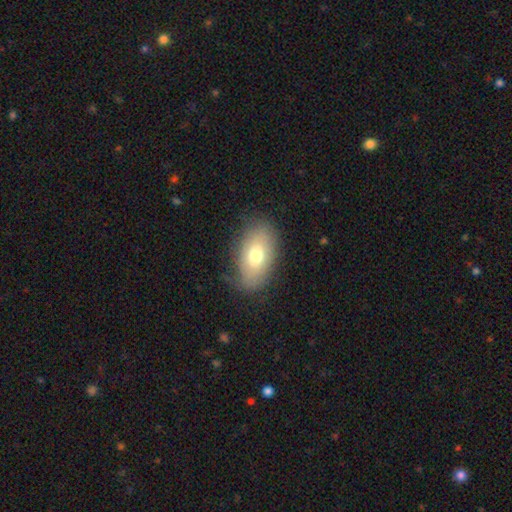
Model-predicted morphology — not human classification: smooth 72%, featured or disk 21%, star or artifact 7%. Down the decision tree: how rounded — in between (92%); merging — none (79%).